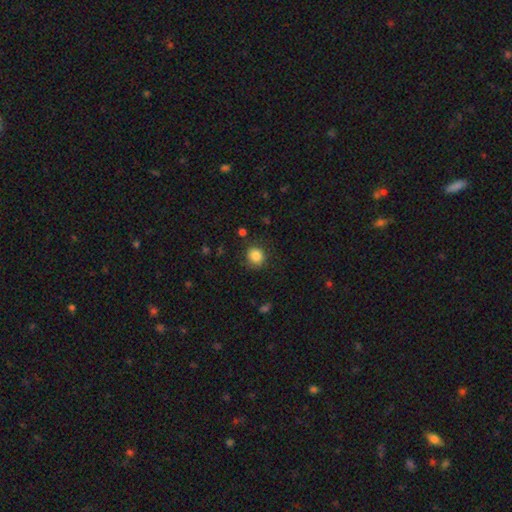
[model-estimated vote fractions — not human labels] Smooth or featured: smooth — 84% (star or artifact — 10%)
How rounded: round — 86% (in between — 13%)
Merging: none — 80% (minor disturbance — 14%)